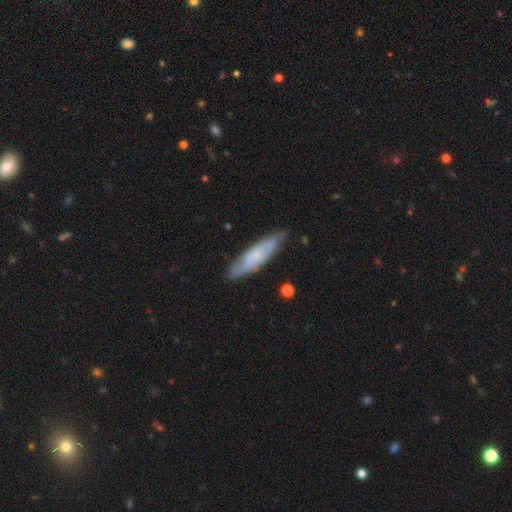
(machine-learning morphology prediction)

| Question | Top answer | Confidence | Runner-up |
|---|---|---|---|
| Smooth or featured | smooth | 47% | featured or disk (46%) |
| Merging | none | 77% | minor disturbance (18%) |